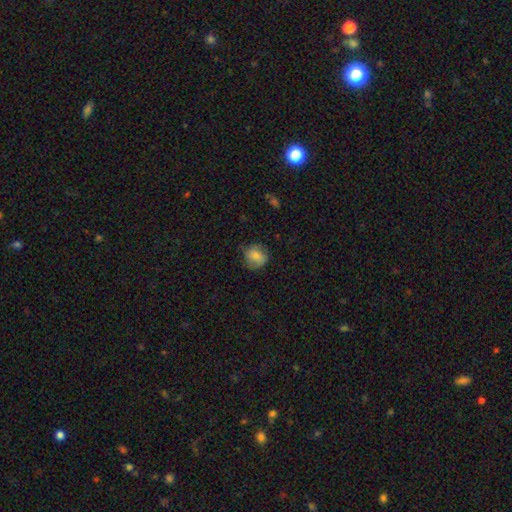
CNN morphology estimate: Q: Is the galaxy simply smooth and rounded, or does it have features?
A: smooth — 76%.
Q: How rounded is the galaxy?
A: round — 80%.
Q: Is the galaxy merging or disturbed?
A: none — 76%.